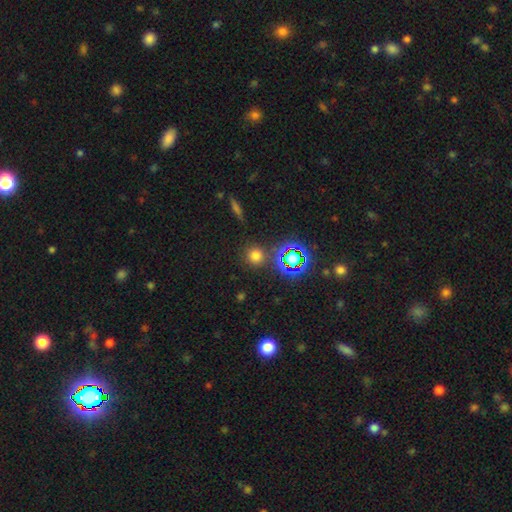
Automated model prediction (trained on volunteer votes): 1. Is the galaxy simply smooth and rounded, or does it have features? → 68% smooth, 25% star or artifact, 7% featured or disk.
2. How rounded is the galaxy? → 93% round, 6% in between, 1% cigar-shaped.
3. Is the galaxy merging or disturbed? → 84% none, 8% minor disturbance, 5% merger, 3% major disturbance.